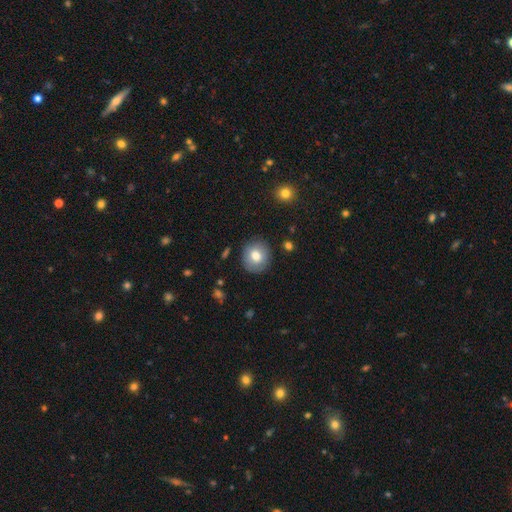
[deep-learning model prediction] Smooth or featured? Predicted: smooth (p=0.76). How rounded? Predicted: round (p=0.85). Merging? Predicted: none (p=0.87).